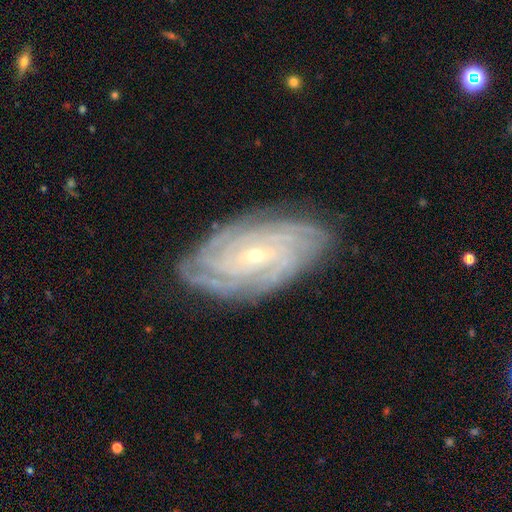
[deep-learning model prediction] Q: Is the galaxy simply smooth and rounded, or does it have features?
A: featured or disk — 88%.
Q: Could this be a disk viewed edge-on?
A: no — 96%.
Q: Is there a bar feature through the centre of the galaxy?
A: no — 50%.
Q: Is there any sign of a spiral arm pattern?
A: yes — 98%.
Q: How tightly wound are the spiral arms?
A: tight — 82%.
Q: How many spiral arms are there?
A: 4 — 26%.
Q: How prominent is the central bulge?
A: small — 75%.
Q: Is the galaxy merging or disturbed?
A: none — 83%.